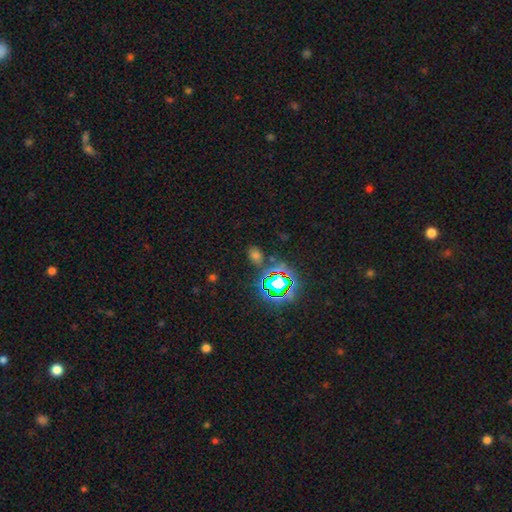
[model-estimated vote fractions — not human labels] smooth_or_featured: smooth (p=0.50) [alt: star or artifact p=0.43]
how_rounded: in between (p=0.64) [alt: round p=0.34]
merging: none (p=0.77) [alt: minor disturbance p=0.13]